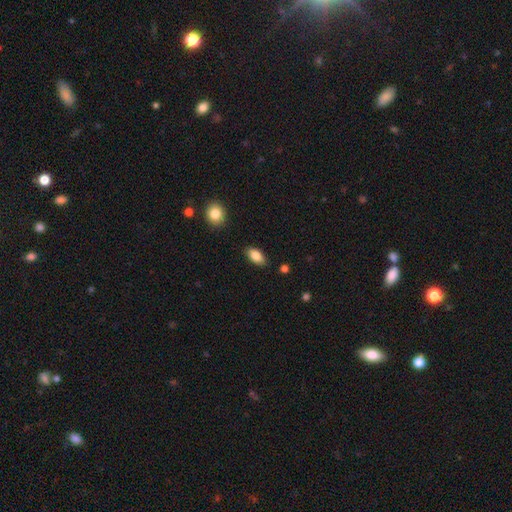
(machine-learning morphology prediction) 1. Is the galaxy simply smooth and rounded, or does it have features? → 85% smooth, 8% featured or disk, 7% star or artifact.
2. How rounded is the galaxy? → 91% in between, 5% cigar-shaped, 4% round.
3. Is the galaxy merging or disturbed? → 86% none, 10% minor disturbance, 2% major disturbance, 2% merger.